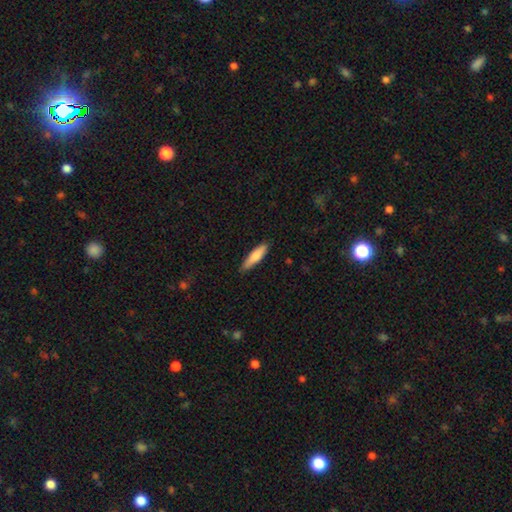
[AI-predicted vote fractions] This is clearly a smooth galaxy (80%). How rounded: likely cigar-shaped (71%). Merging: clearly none (85%).